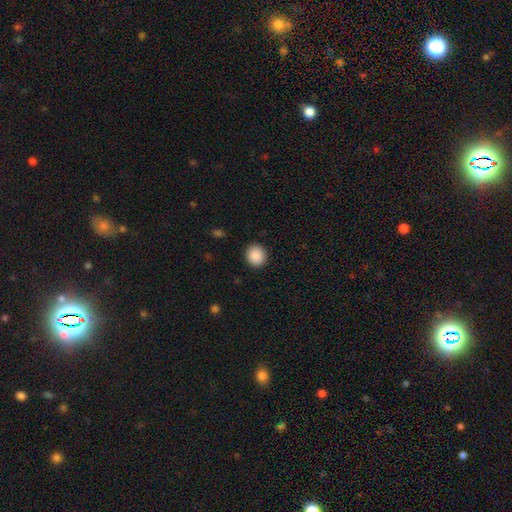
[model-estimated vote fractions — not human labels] This appears to be a smooth galaxy with no disk features (89%) that is round (85%). Merging: none (91%).